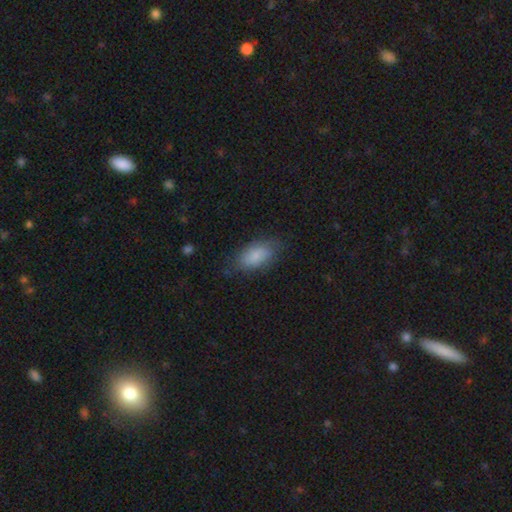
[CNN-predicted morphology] This is clearly a smooth galaxy (84%). How rounded: clearly in between (92%). Merging: likely none (71%).